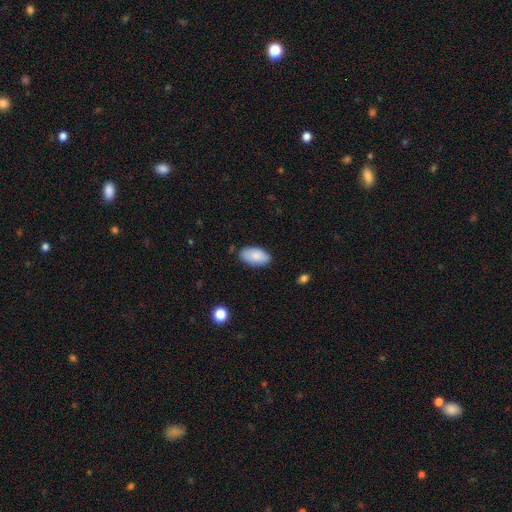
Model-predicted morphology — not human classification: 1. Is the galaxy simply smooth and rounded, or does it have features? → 86% smooth, 8% featured or disk, 6% star or artifact.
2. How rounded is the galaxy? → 95% in between, 3% round, 2% cigar-shaped.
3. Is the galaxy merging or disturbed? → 82% none, 14% minor disturbance, 3% major disturbance, 1% merger.